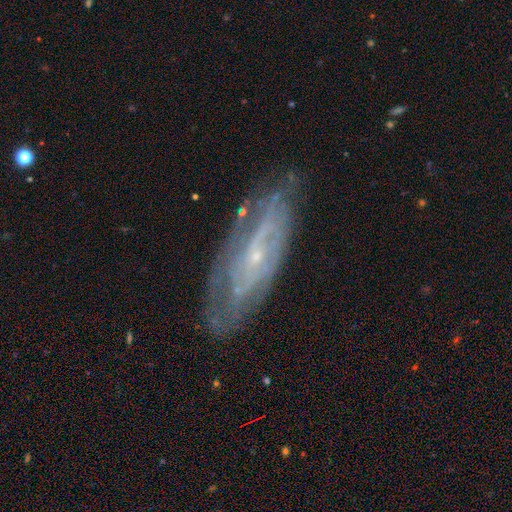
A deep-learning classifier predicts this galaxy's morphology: type=featured or disk (77%); edge-on=no (80%); bar=no (57%); spiral arms=yes (78%); bulge=small (81%); merging=none (75%).